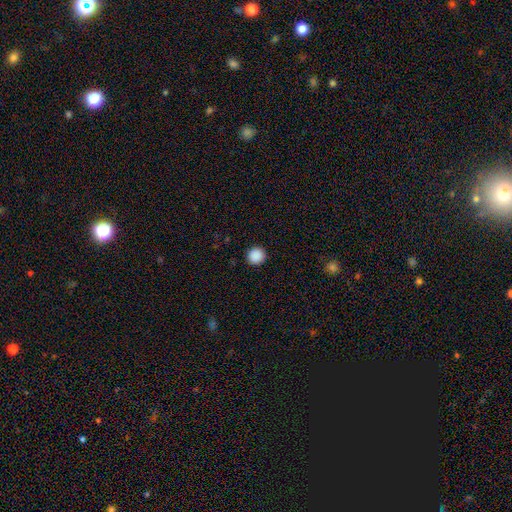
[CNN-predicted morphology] Q: Smooth or featured?
A: smooth (89%); runner-up: star or artifact (9%)
Q: How rounded?
A: round (95%); runner-up: in between (4%)
Q: Merging?
A: none (93%); runner-up: minor disturbance (5%)